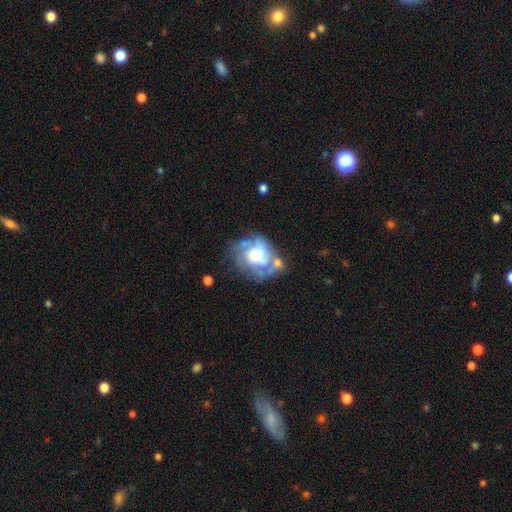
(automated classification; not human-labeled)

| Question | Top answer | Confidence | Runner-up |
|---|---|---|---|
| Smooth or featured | featured or disk | 68% | smooth (25%) |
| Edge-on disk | no | 97% | yes (3%) |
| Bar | no | 75% | weak (21%) |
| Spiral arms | yes | 68% | no (32%) |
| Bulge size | moderate | 57% | large (30%) |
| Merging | none | 43% | minor disturbance (23%) |